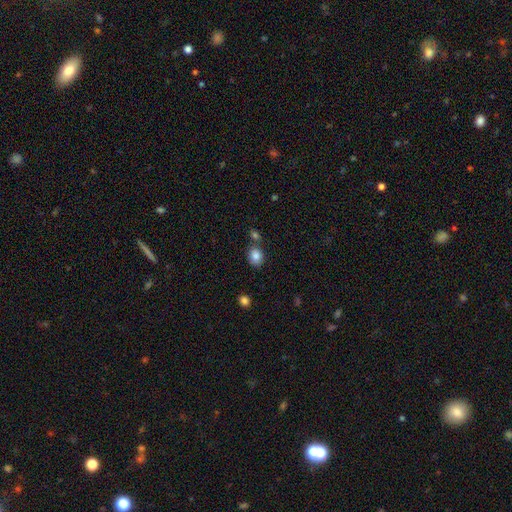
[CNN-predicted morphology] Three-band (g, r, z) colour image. It shows a smooth galaxy with no disk features (84%) that is round (54%). Merging: none (69%).